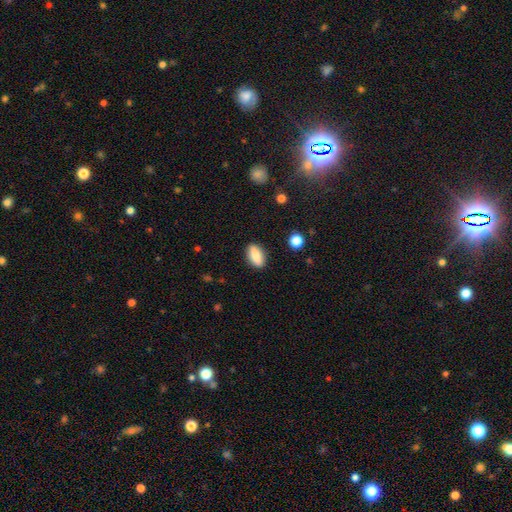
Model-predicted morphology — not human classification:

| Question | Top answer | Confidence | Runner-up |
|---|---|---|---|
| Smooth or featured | smooth | 83% | featured or disk (10%) |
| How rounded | in between | 80% | cigar-shaped (14%) |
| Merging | none | 87% | minor disturbance (9%) |